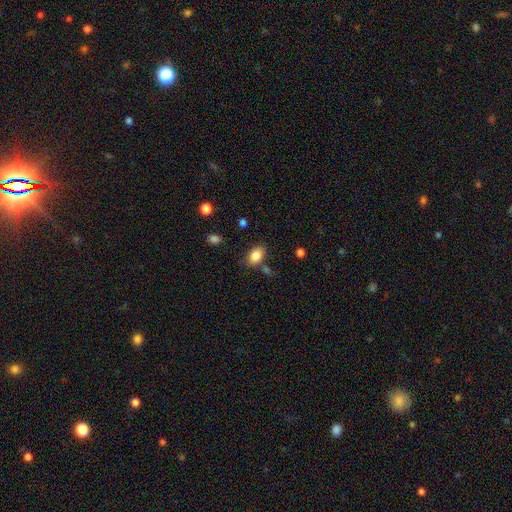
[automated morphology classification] The model was most divided on "merging": none: 76%, minor disturbance: 14%, merger: 6%, major disturbance: 4%. More confident: how rounded — in between (86%); smooth or featured — smooth (85%).